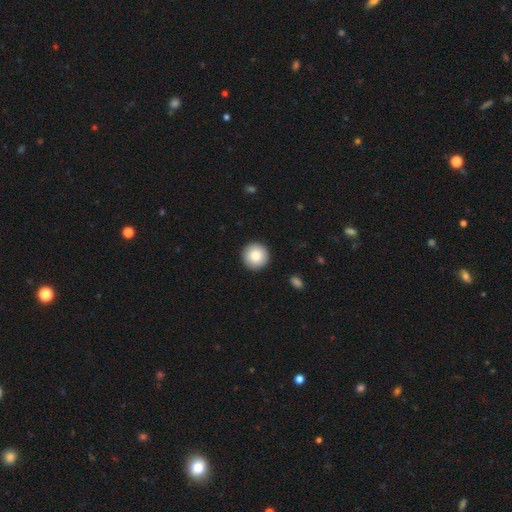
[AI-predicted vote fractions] smooth-or-featured: smooth: 85% | featured or disk: 8% | star or artifact: 7%
  how-rounded: round: 96% | in between: 3% | cigar-shaped: 1%
  merging: none: 92% | minor disturbance: 5% | major disturbance: 2% | merger: 1%